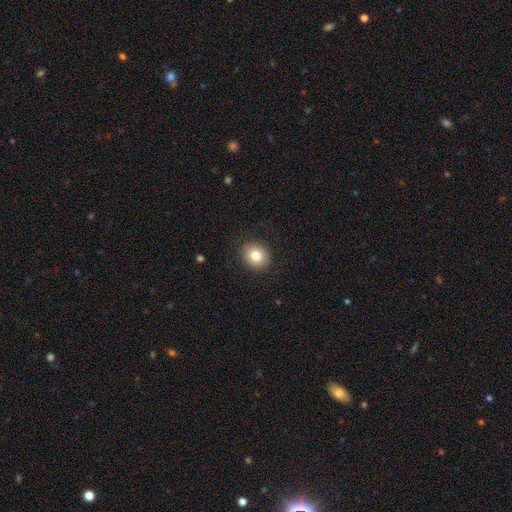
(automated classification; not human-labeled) Smooth or featured?
  - smooth: 82% *
  - star or artifact: 9%
  - featured or disk: 9%
How rounded?
  - round: 75% *
  - in between: 24%
  - cigar-shaped: 1%
Merging?
  - none: 89% *
  - minor disturbance: 8%
  - major disturbance: 2%
  - merger: 1%